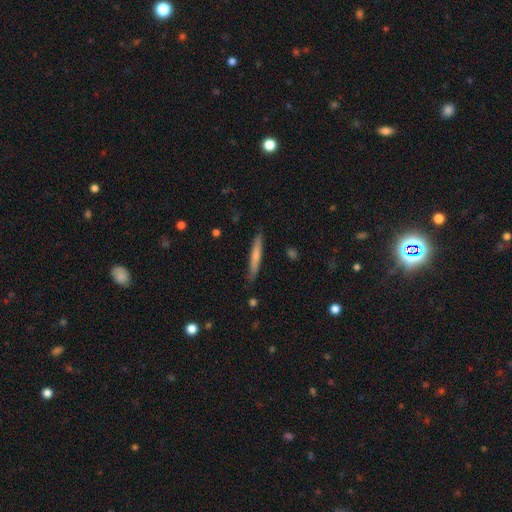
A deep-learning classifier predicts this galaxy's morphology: Smooth or featured: smooth — 63% (featured or disk — 32%)
How rounded: cigar-shaped — 95% (in between — 4%)
Merging: none — 86% (minor disturbance — 11%)